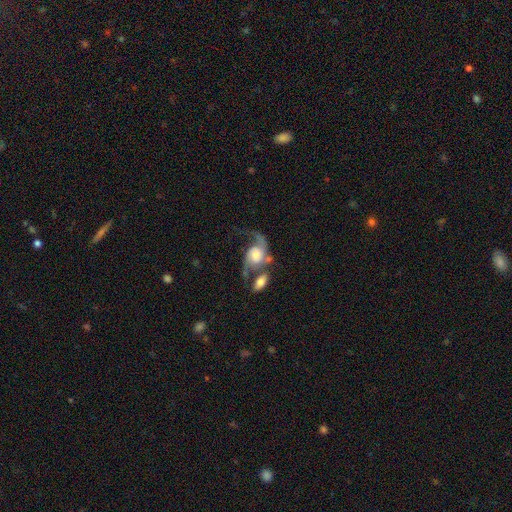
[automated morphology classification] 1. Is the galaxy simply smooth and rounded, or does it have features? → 74% featured or disk, 19% smooth, 6% star or artifact.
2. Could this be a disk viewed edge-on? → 97% no, 3% yes.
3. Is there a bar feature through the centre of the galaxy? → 68% no, 26% weak, 6% strong.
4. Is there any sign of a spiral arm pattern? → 93% yes, 7% no.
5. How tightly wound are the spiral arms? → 65% loose, 28% medium, 7% tight.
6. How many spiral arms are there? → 67% 2, 27% 1, 4% can't tell, 1% 3, 1% 4, 1% more than 4.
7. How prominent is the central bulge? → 42% moderate, 23% large, 23% small, 6% none, 5% dominant.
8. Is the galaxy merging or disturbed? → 35% merger, 27% none, 25% major disturbance, 13% minor disturbance.